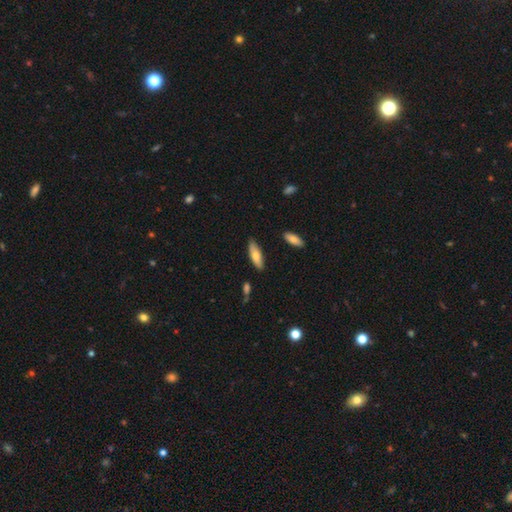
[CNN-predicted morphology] smooth 72%, featured or disk 22%, star or artifact 6%. Down the decision tree: how rounded — in between (57%); merging — none (84%).